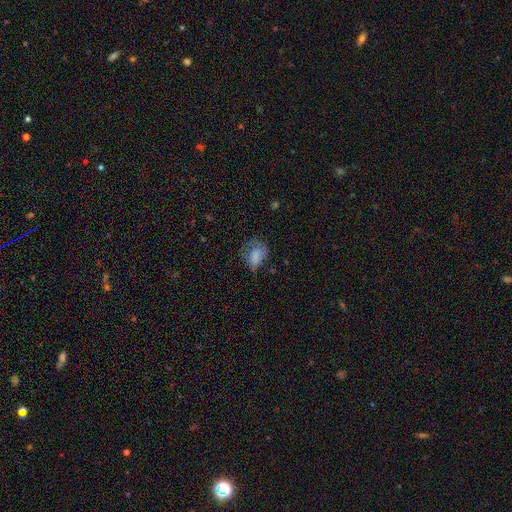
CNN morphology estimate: Smooth or featured? Predicted: smooth (p=0.73). How rounded? Predicted: in between (p=0.73). Merging? Predicted: none (p=0.40).